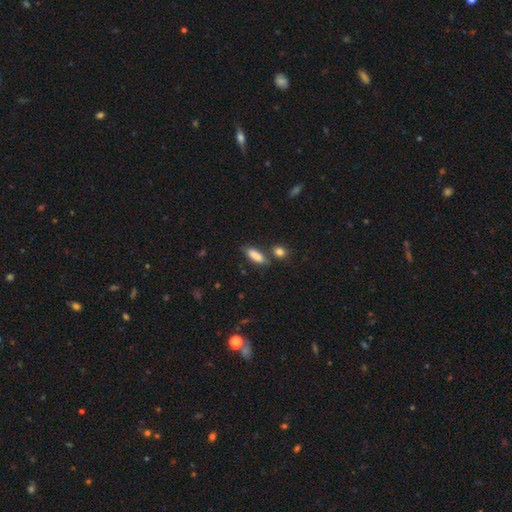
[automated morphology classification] Q: Smooth or featured?
A: smooth (85%); runner-up: featured or disk (8%)
Q: How rounded?
A: in between (59%); runner-up: cigar-shaped (38%)
Q: Merging?
A: none (73%); runner-up: minor disturbance (14%)